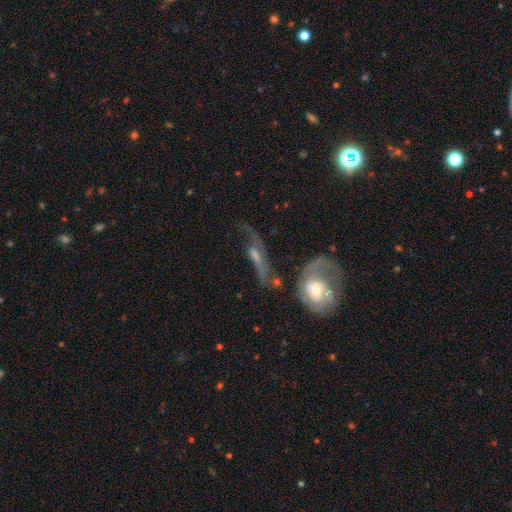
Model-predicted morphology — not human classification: Smooth or featured? featured or disk (66%)
Edge-on disk? no (70%)
Merging? none (35%)